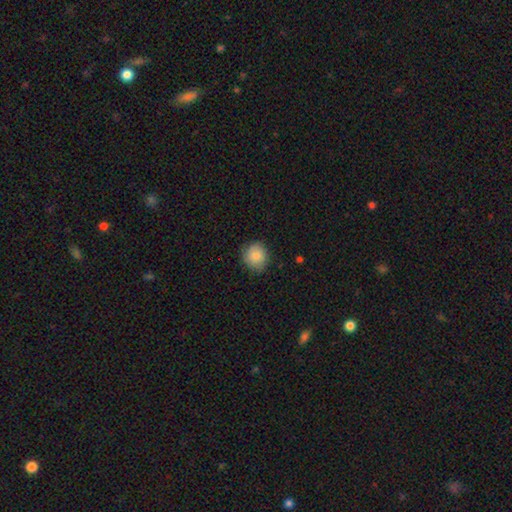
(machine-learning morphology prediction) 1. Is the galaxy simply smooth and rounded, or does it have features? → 85% smooth, 8% star or artifact, 8% featured or disk.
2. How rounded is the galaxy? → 86% round, 13% in between, 1% cigar-shaped.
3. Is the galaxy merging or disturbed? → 81% none, 16% minor disturbance, 3% major disturbance, 1% merger.